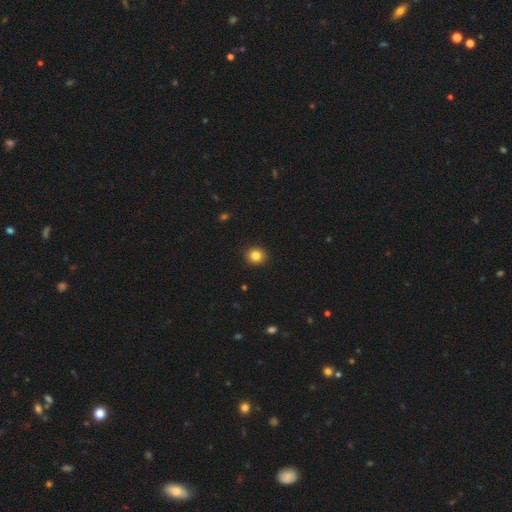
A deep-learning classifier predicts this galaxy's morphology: The model was most divided on "how rounded": round: 85%, in between: 15%, cigar-shaped: 1%. More confident: merging — none (92%); smooth or featured — smooth (83%).